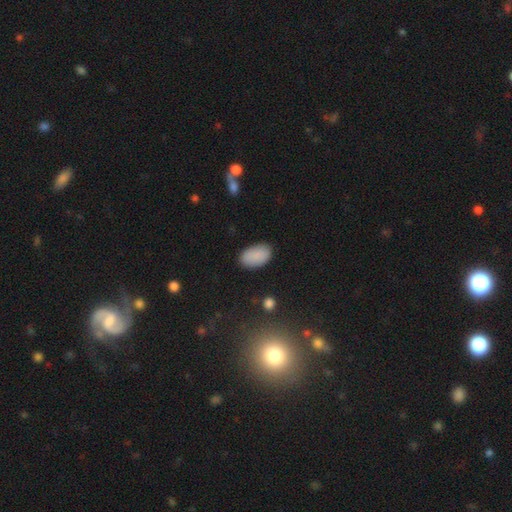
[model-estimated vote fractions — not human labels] This appears to be a smooth galaxy with no disk features (89%) that is in between round and cigar-shaped (94%). Merging: none (86%).